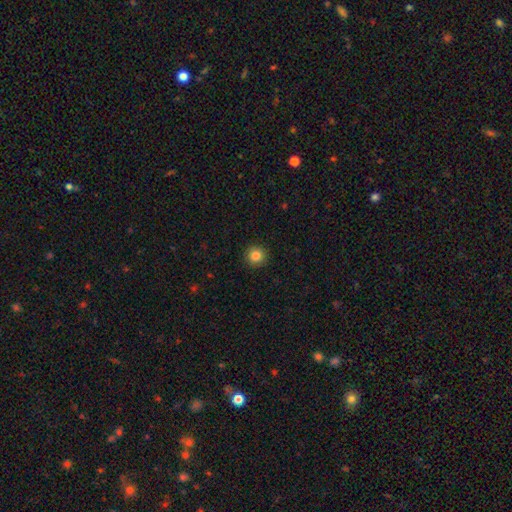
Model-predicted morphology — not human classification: Q: Smooth or featured?
A: smooth (85%); runner-up: star or artifact (10%)
Q: How rounded?
A: round (95%); runner-up: in between (4%)
Q: Merging?
A: none (92%); runner-up: minor disturbance (5%)